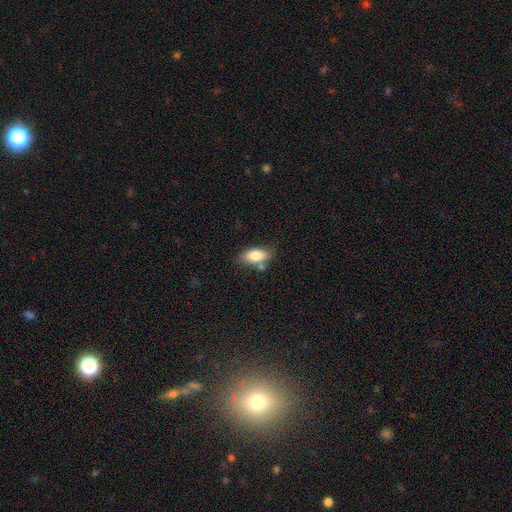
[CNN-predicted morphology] Overall: smooth (82%). How rounded: in between (89%). Merging: none (67%).